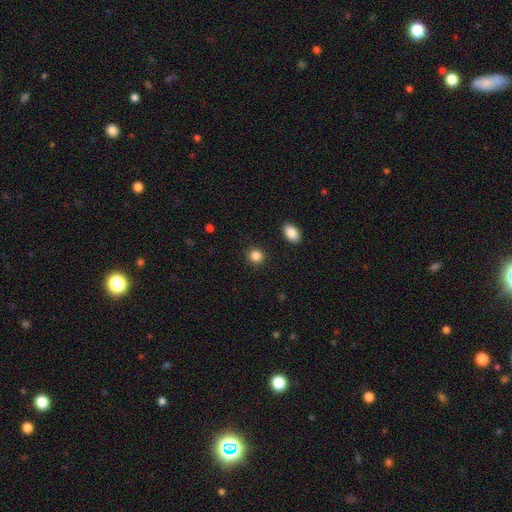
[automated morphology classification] smooth-or-featured: smooth: 86% | star or artifact: 11% | featured or disk: 4%
  how-rounded: round: 84% | in between: 15% | cigar-shaped: 1%
  merging: none: 91% | minor disturbance: 6% | major disturbance: 2% | merger: 2%